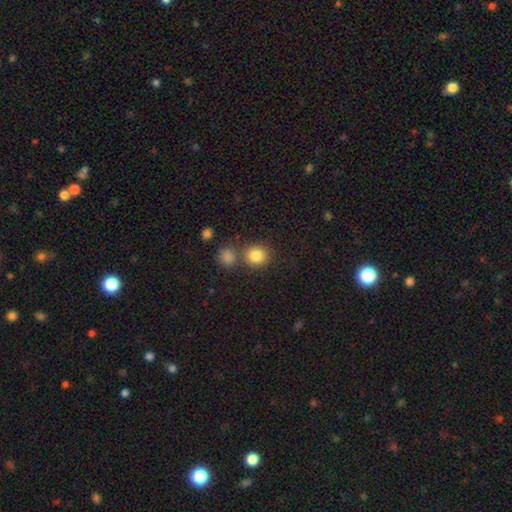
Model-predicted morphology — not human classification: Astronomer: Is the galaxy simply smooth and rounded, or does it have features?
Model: smooth — 84%.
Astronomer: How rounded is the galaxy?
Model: round — 85%.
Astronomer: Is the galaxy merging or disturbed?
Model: none — 69%.